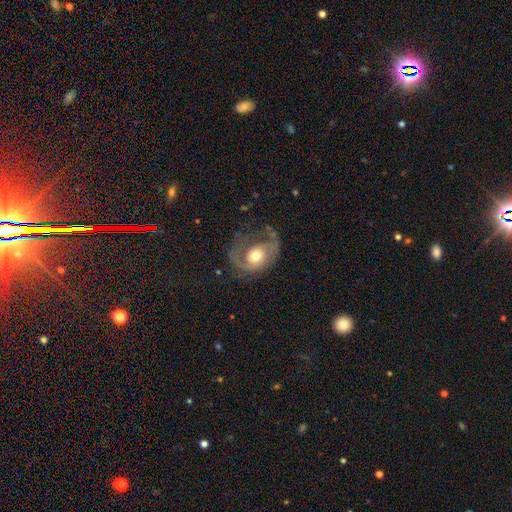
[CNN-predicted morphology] type=featured or disk (76%); edge-on=no (97%); bar=no (69%); spiral arms=yes (88%); winding=medium (46%); arm count=2 (64%); bulge=moderate (69%); merging=none (50%).